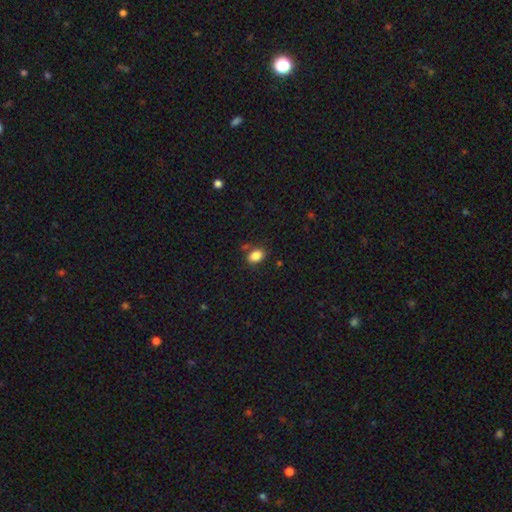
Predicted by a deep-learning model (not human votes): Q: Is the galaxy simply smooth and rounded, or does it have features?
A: smooth — 85%.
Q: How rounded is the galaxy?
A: in between — 75%.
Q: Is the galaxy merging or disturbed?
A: none — 78%.